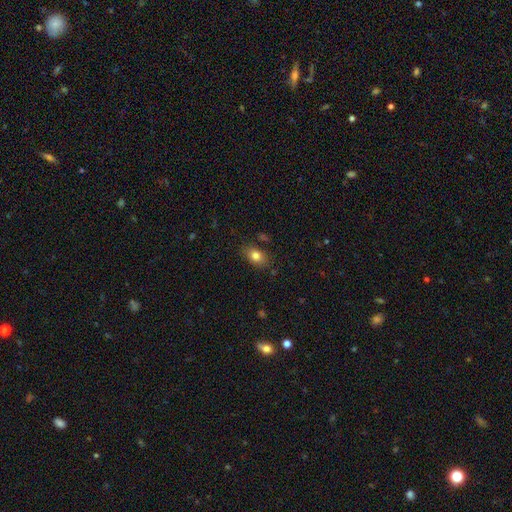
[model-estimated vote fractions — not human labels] A smooth galaxy with no disk features (80%) that is in between round and cigar-shaped (78%). Merging: none (82%).